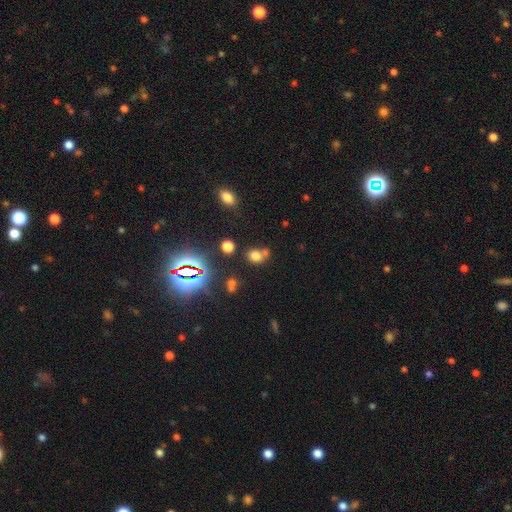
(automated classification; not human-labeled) A smooth galaxy with no disk features (67%) that is round (61%). Merging: none (49%).